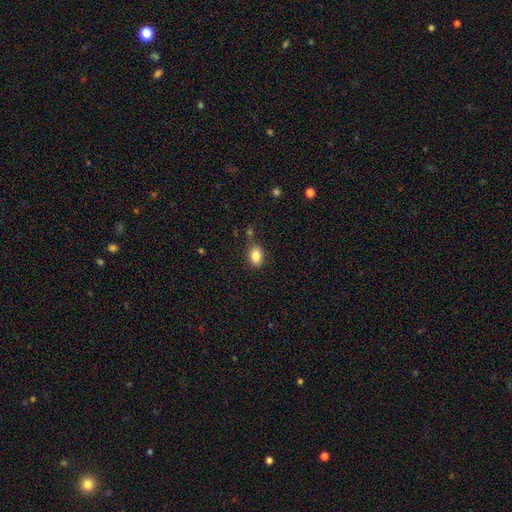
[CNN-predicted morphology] type=smooth (84%); roundness=in between (74%); merging=none (76%).